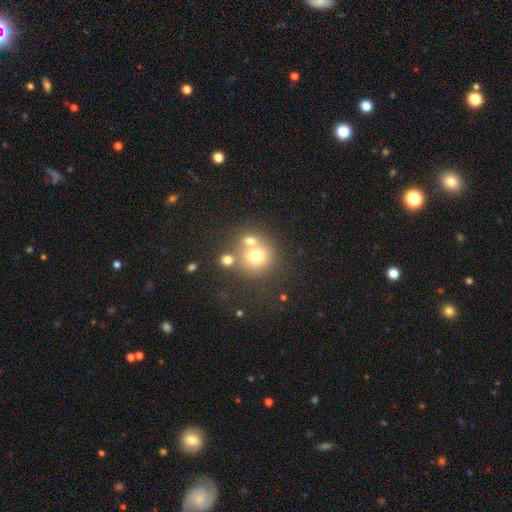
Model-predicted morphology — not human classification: A smooth galaxy with no disk features (68%) that is round (87%).

Vote fractions:
- Smooth or featured? smooth: 68% / featured or disk: 17% / star or artifact: 15%
- How rounded? round: 87% / in between: 12% / cigar-shaped: 1%
- Merging? none: 48% / merger: 40% / minor disturbance: 8% / major disturbance: 4%